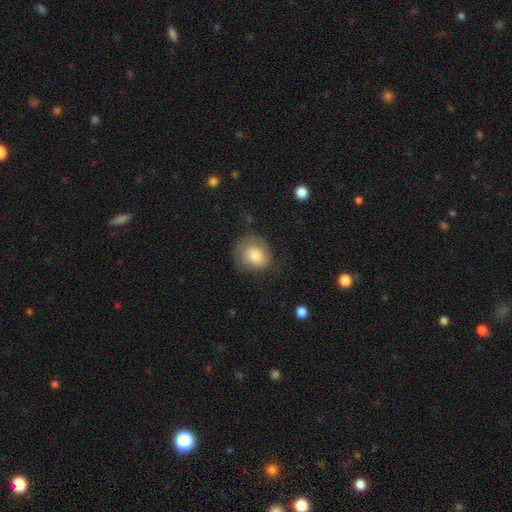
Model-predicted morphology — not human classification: Q: Smooth or featured?
A: smooth (67%); runner-up: featured or disk (26%)
Q: How rounded?
A: round (77%); runner-up: in between (22%)
Q: Merging?
A: none (65%); runner-up: minor disturbance (23%)